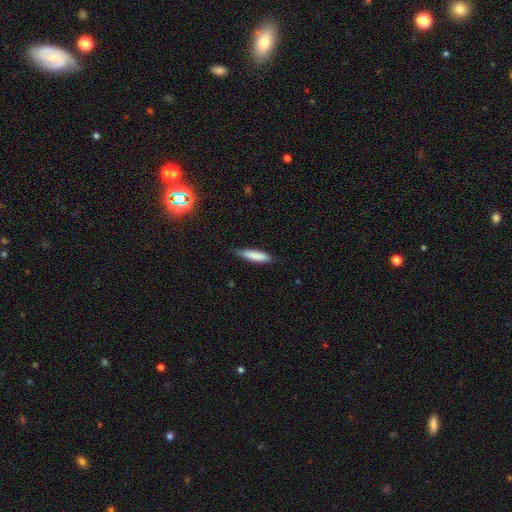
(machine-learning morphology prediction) Smooth or featured? smooth (83%)
How rounded? cigar-shaped (73%)
Merging? none (76%)